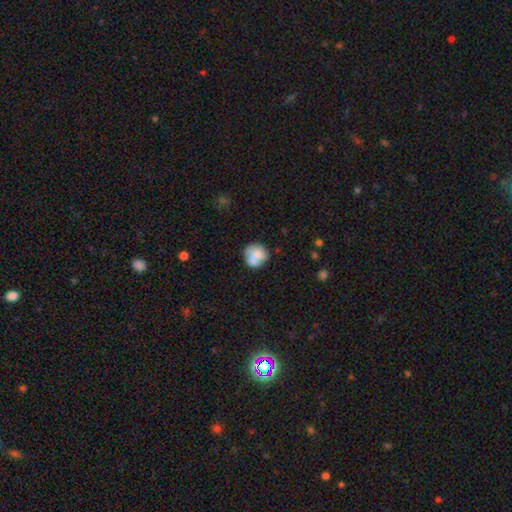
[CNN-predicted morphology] Overall: smooth (71%). How rounded: round (80%). Merging: none (45%; merger 27%).